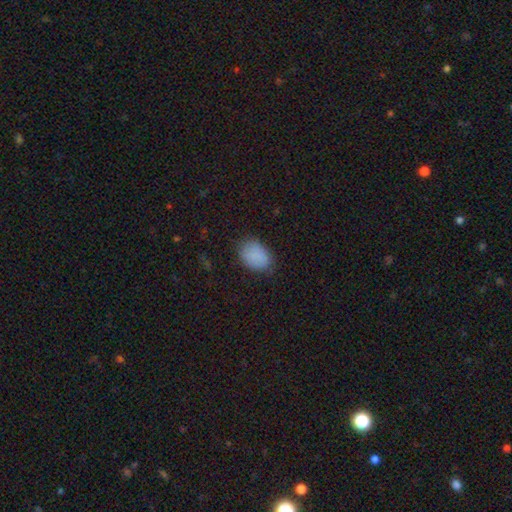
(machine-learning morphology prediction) smooth 87%, star or artifact 9%, featured or disk 5%. Down the decision tree: how rounded — in between (79%); merging — none (76%).